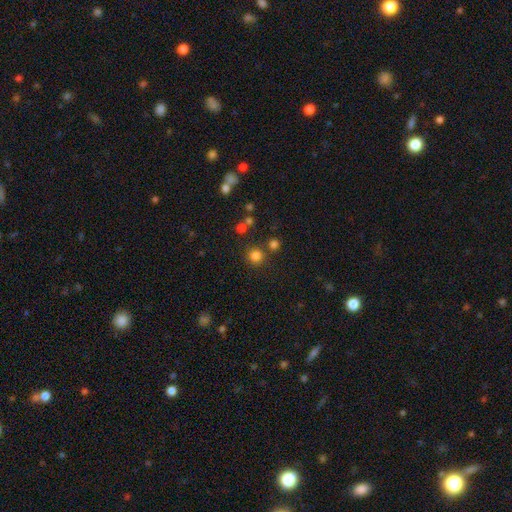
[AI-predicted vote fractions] Smooth or featured? Predicted: smooth (p=0.79). How rounded? Predicted: round (p=0.92). Merging? Predicted: none (p=0.81).